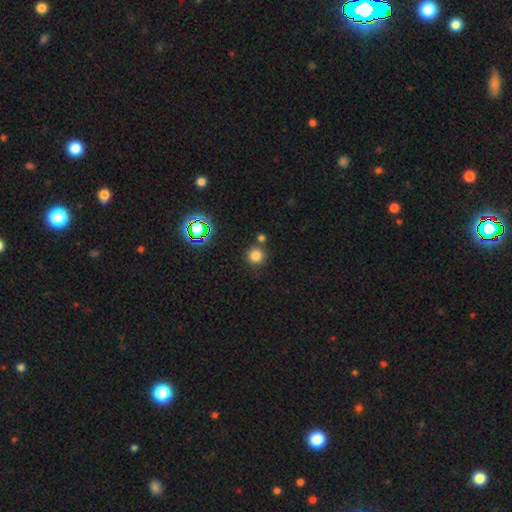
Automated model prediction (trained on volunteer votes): smooth 77%, star or artifact 17%, featured or disk 6%. Down the decision tree: how rounded — round (94%); merging — none (76%).